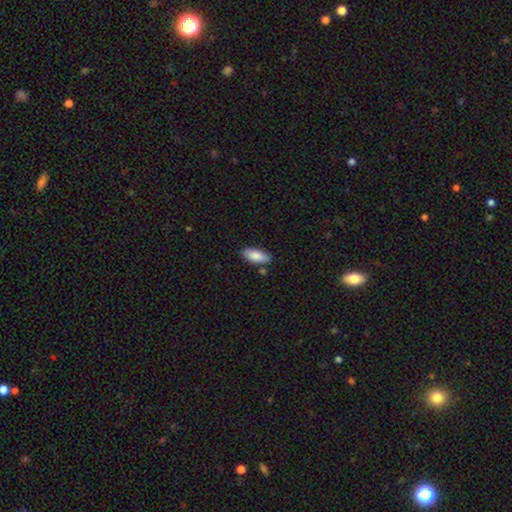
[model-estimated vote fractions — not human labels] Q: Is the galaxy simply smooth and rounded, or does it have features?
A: smooth — 85%.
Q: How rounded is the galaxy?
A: in between — 80%.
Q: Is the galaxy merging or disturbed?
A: none — 80%.